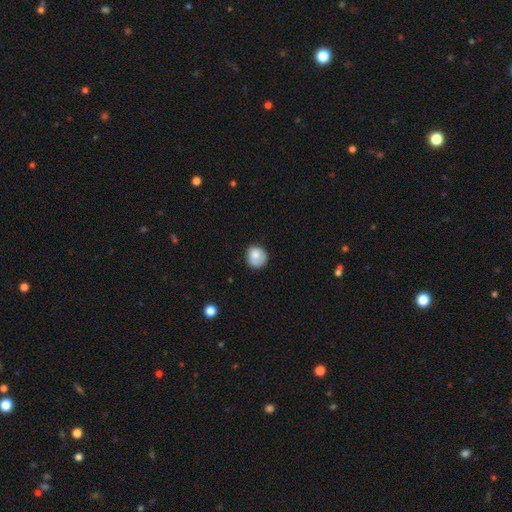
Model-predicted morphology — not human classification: Q: Smooth or featured?
A: smooth (80%); runner-up: featured or disk (13%)
Q: How rounded?
A: round (86%); runner-up: in between (13%)
Q: Merging?
A: none (73%); runner-up: minor disturbance (20%)